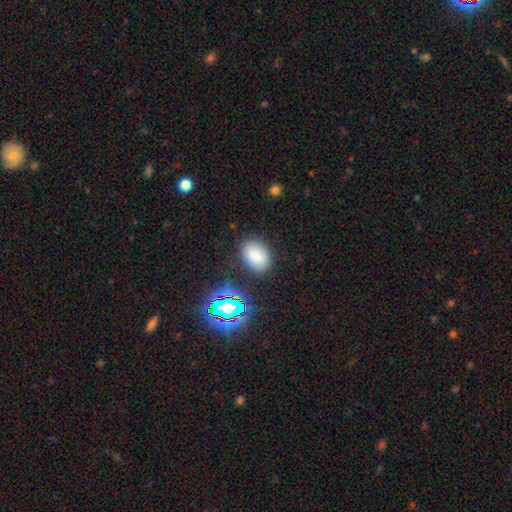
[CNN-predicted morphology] A smooth galaxy with no disk features (79%) that is in between round and cigar-shaped (83%).

Vote fractions:
- Smooth or featured? smooth: 79% / star or artifact: 14% / featured or disk: 7%
- How rounded? in between: 83% / round: 15% / cigar-shaped: 1%
- Merging? none: 82% / minor disturbance: 12% / major disturbance: 4% / merger: 2%